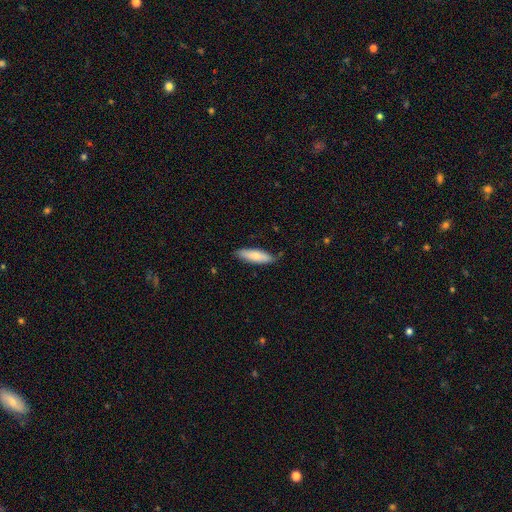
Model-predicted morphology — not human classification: The model was most divided on "how rounded": cigar-shaped: 57%, in between: 42%, round: 2%. More confident: merging — none (80%); smooth or featured — smooth (73%).